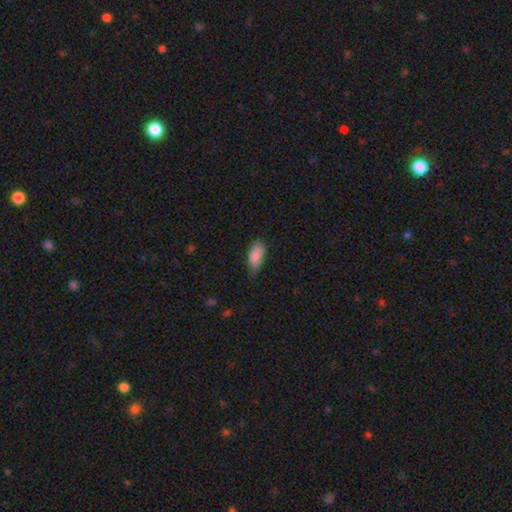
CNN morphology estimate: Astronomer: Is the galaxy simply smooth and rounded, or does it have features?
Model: smooth — 87%.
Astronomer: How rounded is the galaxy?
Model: in between — 87%.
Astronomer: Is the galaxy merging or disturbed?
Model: none — 65%.